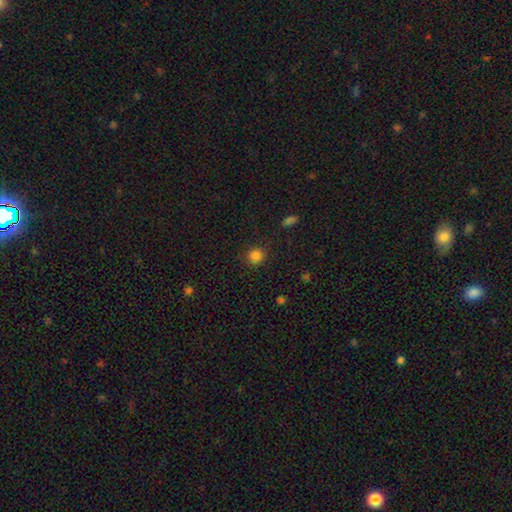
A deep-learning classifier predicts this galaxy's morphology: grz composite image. It shows a smooth galaxy with no disk features (84%) that is round (89%). Merging: none (86%).